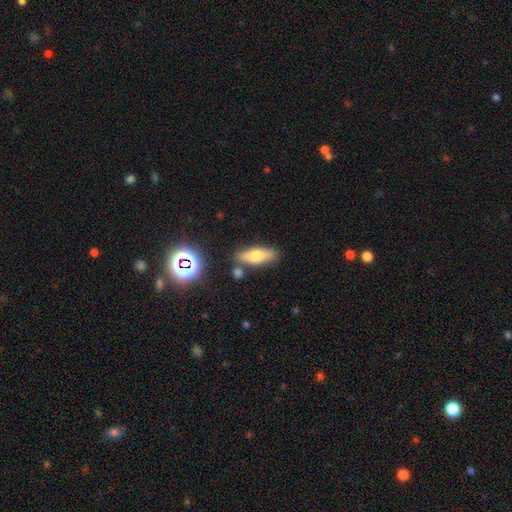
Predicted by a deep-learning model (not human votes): Smooth or featured? Predicted: smooth (p=0.63). How rounded? Predicted: in between (p=0.56). Merging? Predicted: none (p=0.75).